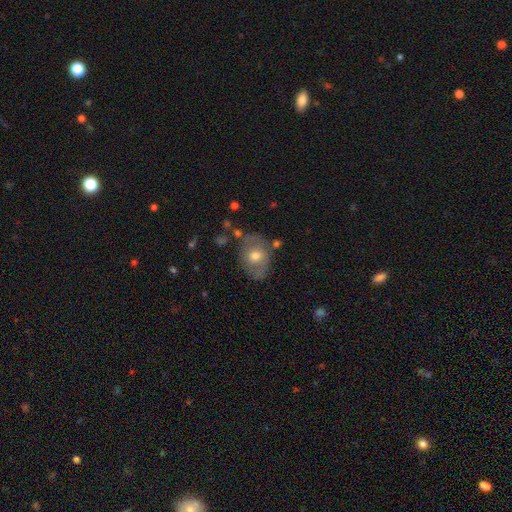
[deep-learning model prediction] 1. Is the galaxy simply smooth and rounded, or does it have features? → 59% smooth, 32% featured or disk, 9% star or artifact.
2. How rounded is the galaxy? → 55% in between, 44% round, 1% cigar-shaped.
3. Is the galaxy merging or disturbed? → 64% none, 21% minor disturbance, 8% major disturbance, 6% merger.